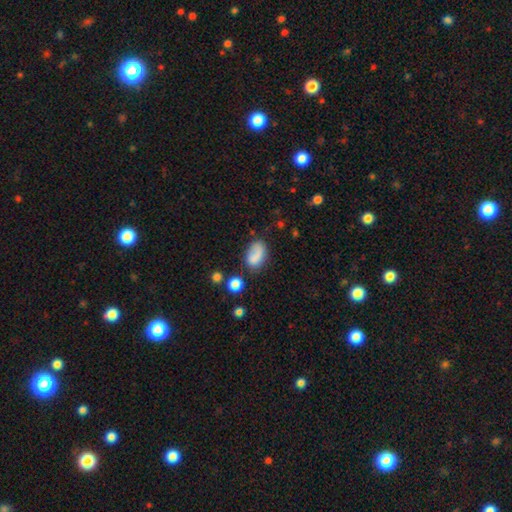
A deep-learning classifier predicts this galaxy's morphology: Q: Smooth or featured?
A: smooth (77%); runner-up: featured or disk (13%)
Q: How rounded?
A: in between (86%); runner-up: round (12%)
Q: Merging?
A: none (57%); runner-up: minor disturbance (25%)